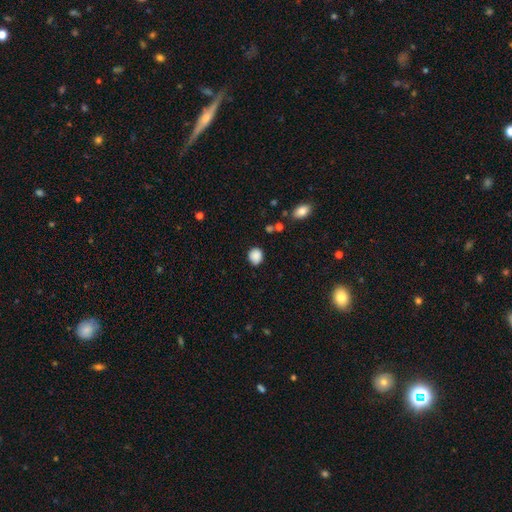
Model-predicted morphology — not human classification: Smooth or featured: smooth — 88% (star or artifact — 9%)
How rounded: round — 72% (in between — 27%)
Merging: none — 83% (minor disturbance — 12%)